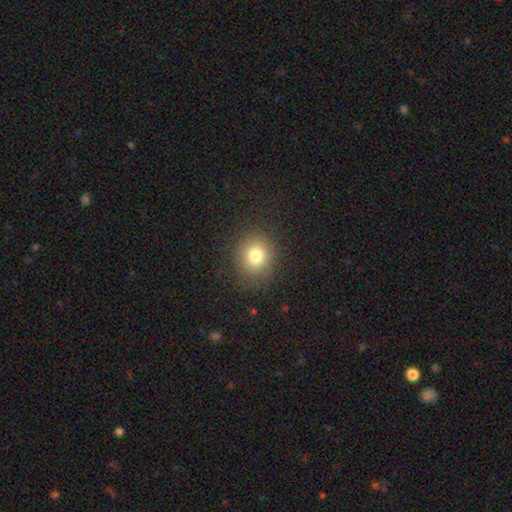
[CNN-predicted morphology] The model was most divided on "how rounded": round: 77%, in between: 22%, cigar-shaped: 1%. More confident: merging — none (85%); smooth or featured — smooth (79%).